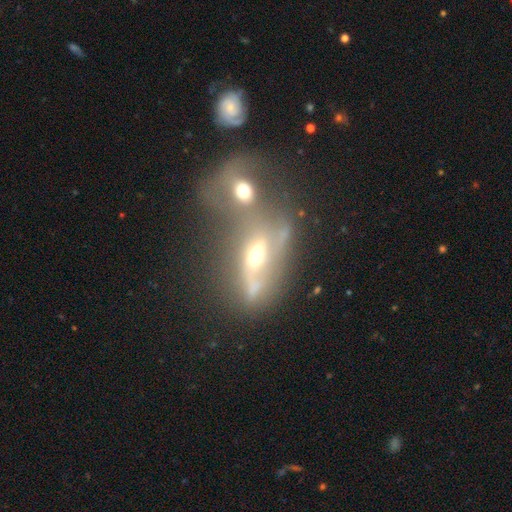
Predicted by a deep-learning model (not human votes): smooth-or-featured: featured or disk: 63% | smooth: 25% | star or artifact: 12%
  disk-edge-on: no: 73% | yes: 27%
  merging: merger: 63% | none: 16% | major disturbance: 12% | minor disturbance: 8%